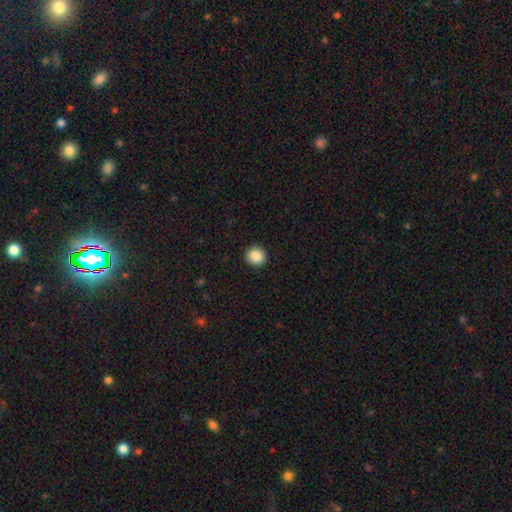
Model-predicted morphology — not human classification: Smooth or featured: smooth — 87% (star or artifact — 9%)
How rounded: round — 88% (in between — 11%)
Merging: none — 92% (minor disturbance — 5%)